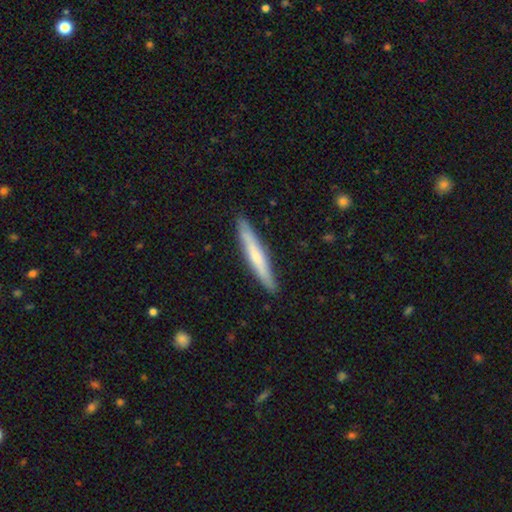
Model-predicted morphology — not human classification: Overall: smooth (55%; featured or disk 40%). How rounded: cigar-shaped (95%). Merging: none (90%).